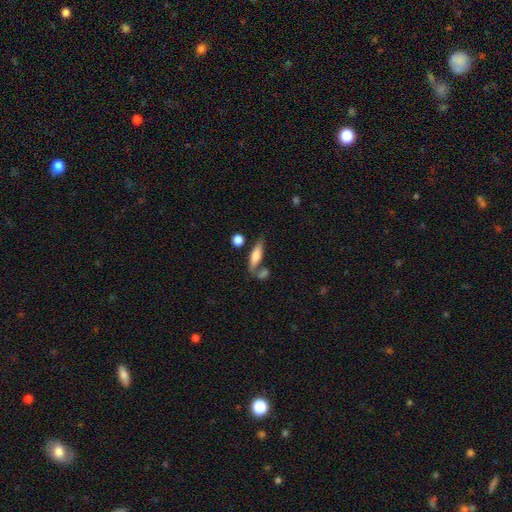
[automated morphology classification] smooth_or_featured: smooth (p=0.68) [alt: featured or disk p=0.25]
how_rounded: cigar-shaped (p=0.56) [alt: in between p=0.41]
merging: none (p=0.56) [alt: merger p=0.22]